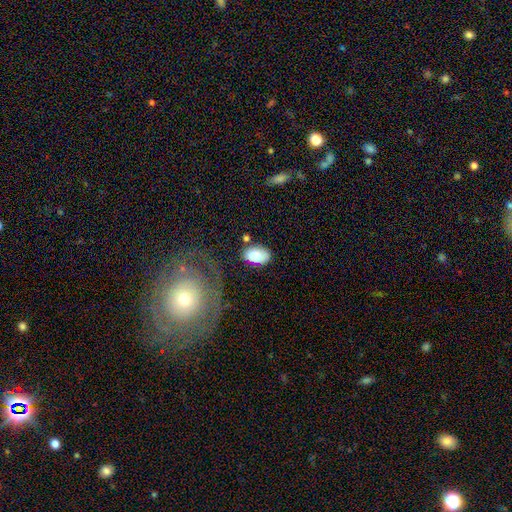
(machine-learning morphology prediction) Smooth or featured? Predicted: smooth (p=0.80). How rounded? Predicted: in between (p=0.90). Merging? Predicted: none (p=0.66).